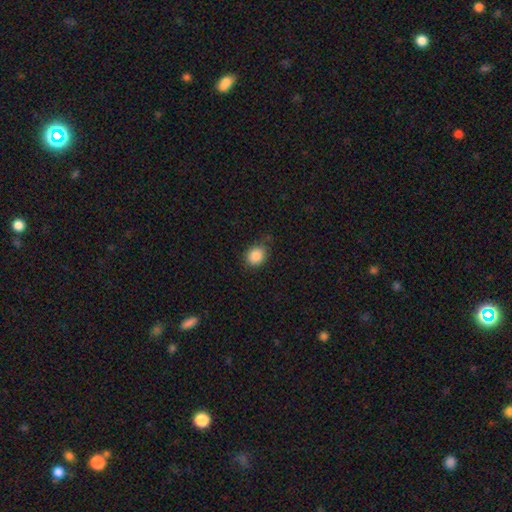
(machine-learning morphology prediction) Smooth or featured?
  - smooth: 87% *
  - star or artifact: 9%
  - featured or disk: 4%
How rounded?
  - round: 64% *
  - in between: 35%
  - cigar-shaped: 1%
Merging?
  - none: 74% *
  - minor disturbance: 20%
  - major disturbance: 4%
  - merger: 2%